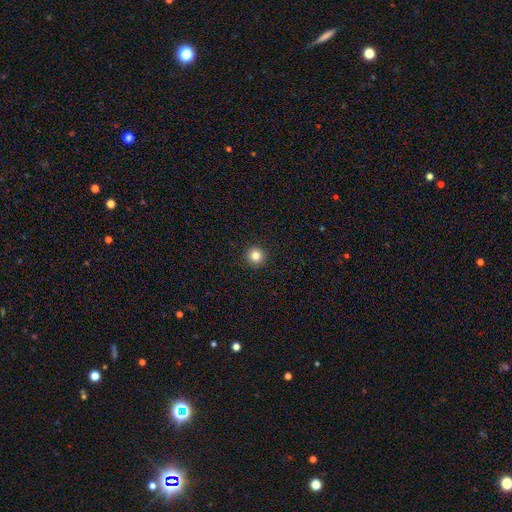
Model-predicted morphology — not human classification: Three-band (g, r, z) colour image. It shows a smooth galaxy with no disk features (83%) that is round (95%). Merging: none (93%).